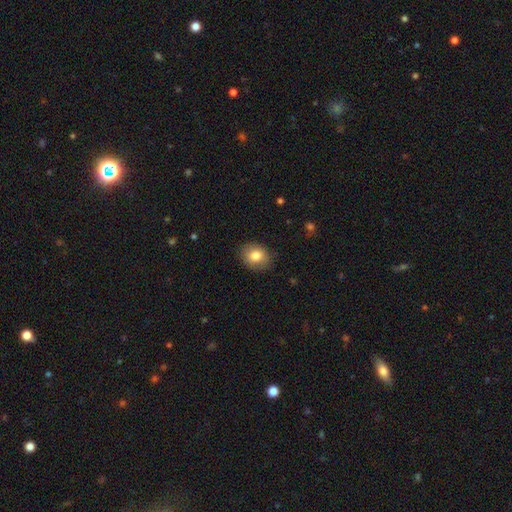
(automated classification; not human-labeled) Smooth or featured?
  - smooth: 82% *
  - featured or disk: 10%
  - star or artifact: 8%
How rounded?
  - in between: 52% *
  - round: 47%
  - cigar-shaped: 1%
Merging?
  - none: 86% *
  - minor disturbance: 10%
  - major disturbance: 3%
  - merger: 1%